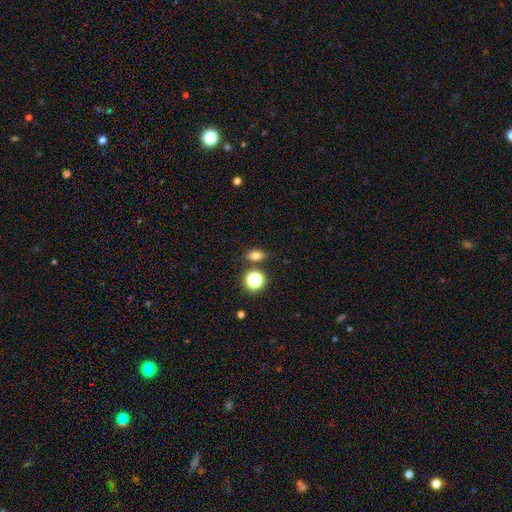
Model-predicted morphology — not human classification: This appears to be a smooth galaxy with no disk features (75%) that is in between round and cigar-shaped (69%). Merging: none (79%).